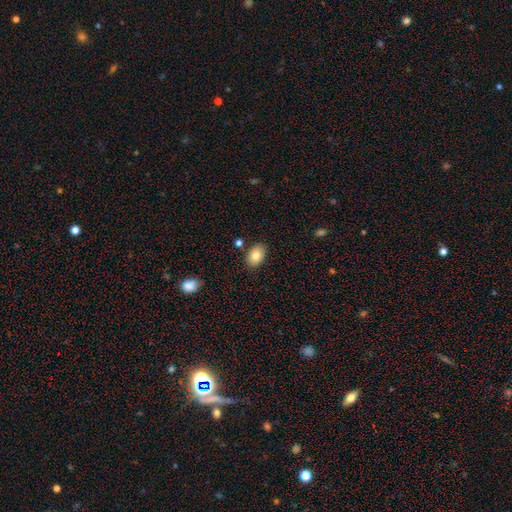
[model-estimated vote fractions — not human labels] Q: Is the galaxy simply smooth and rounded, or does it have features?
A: smooth — 84%.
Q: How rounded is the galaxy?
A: in between — 86%.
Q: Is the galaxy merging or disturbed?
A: none — 84%.